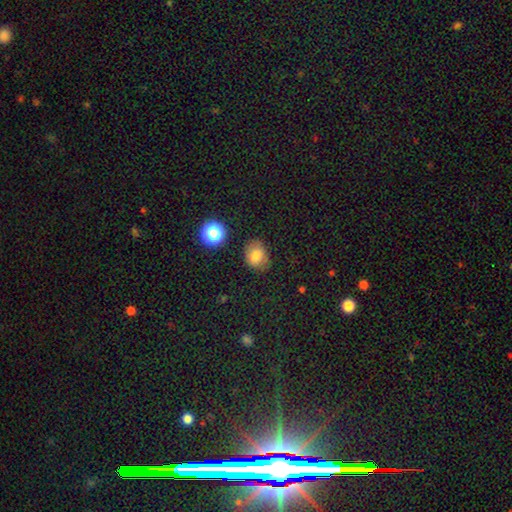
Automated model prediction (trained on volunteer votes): This is likely a smooth galaxy (78%). How rounded: possibly in between (51%). Merging: likely none (77%).